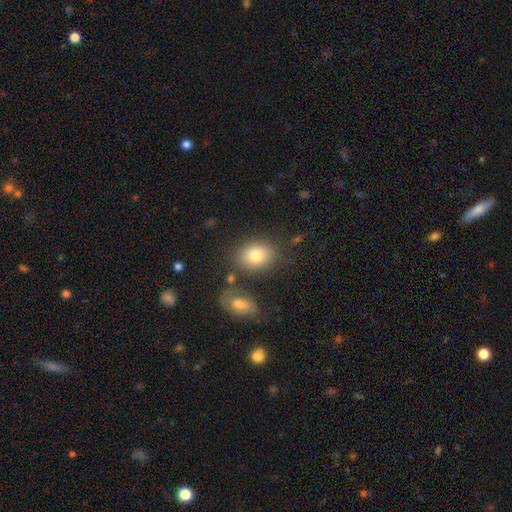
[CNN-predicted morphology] type=smooth (79%); roundness=in between (56%); merging=none (77%).